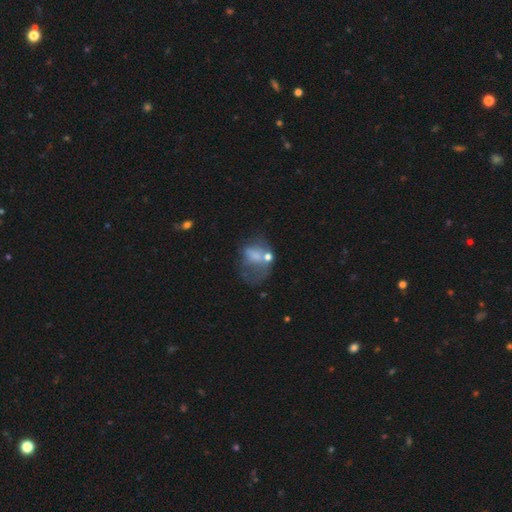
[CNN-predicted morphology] Q: Smooth or featured?
A: smooth (49%); runner-up: featured or disk (38%)
Q: Merging?
A: major disturbance (43%); runner-up: none (23%)